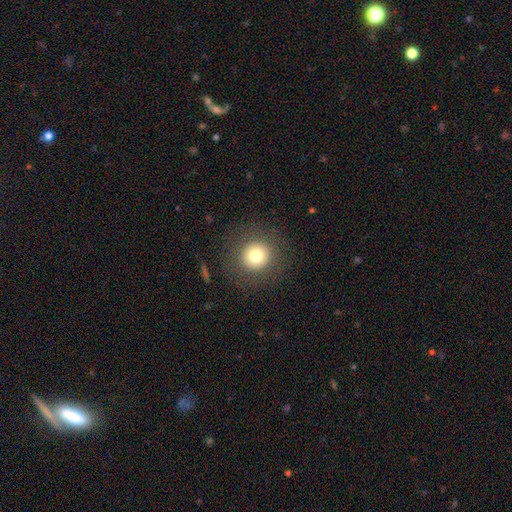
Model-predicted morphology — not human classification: A smooth galaxy with no disk features (76%) that is round (93%).

Vote fractions:
- Smooth or featured? smooth: 76% / star or artifact: 12% / featured or disk: 12%
- How rounded? round: 93% / in between: 6% / cigar-shaped: 1%
- Merging? none: 87% / minor disturbance: 7% / major disturbance: 5% / merger: 1%